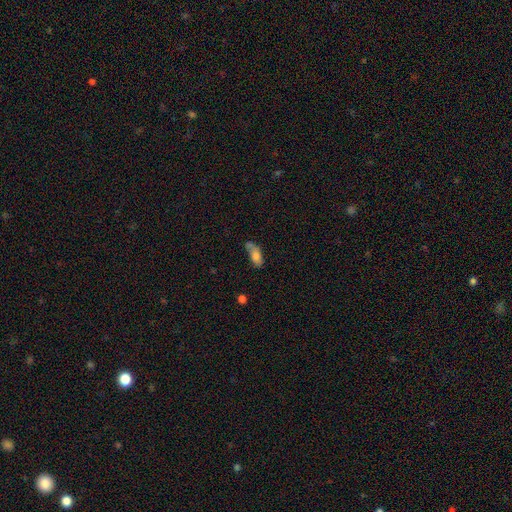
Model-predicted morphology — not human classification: Smooth or featured?
  - smooth: 73% *
  - featured or disk: 18%
  - star or artifact: 9%
How rounded?
  - in between: 76% *
  - cigar-shaped: 19%
  - round: 4%
Merging?
  - none: 38% *
  - minor disturbance: 29%
  - merger: 19%
  - major disturbance: 14%